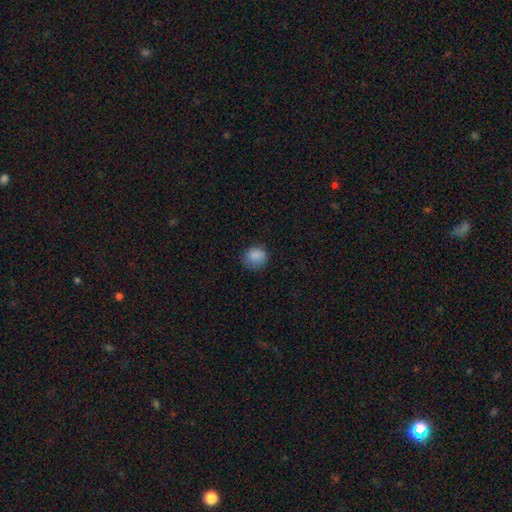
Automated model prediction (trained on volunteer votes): Smooth or featured: smooth — 85% (star or artifact — 10%)
How rounded: round — 74% (in between — 25%)
Merging: none — 74% (minor disturbance — 20%)